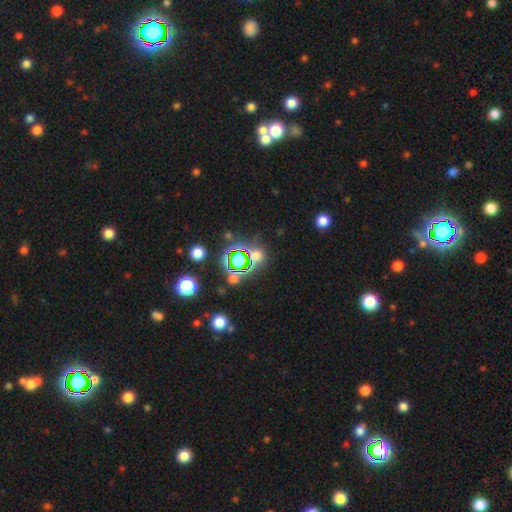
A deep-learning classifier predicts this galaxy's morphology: A star or artifact, not a galaxy (70%).

Vote fractions:
- Smooth or featured? star or artifact: 70% / smooth: 21% / featured or disk: 9%